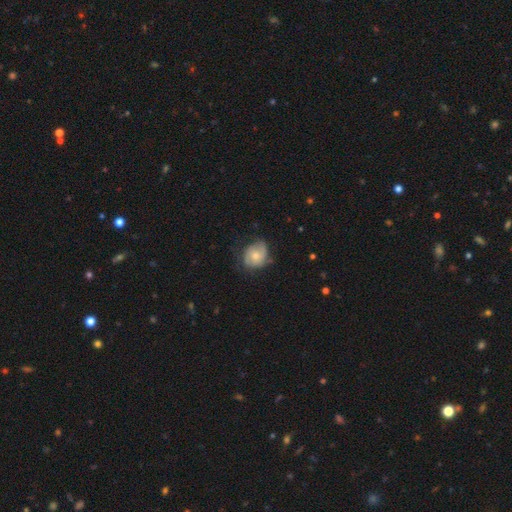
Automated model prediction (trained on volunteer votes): Morphology: type=smooth (47%); merging=none (55%).